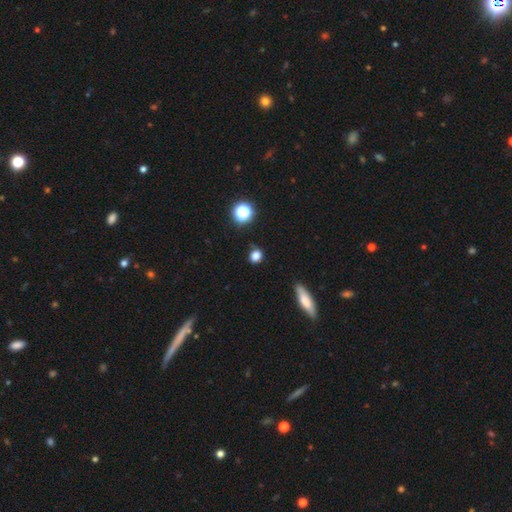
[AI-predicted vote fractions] smooth-or-featured: smooth: 78% | star or artifact: 16% | featured or disk: 5%
  how-rounded: round: 68% | in between: 30% | cigar-shaped: 2%
  merging: none: 78% | minor disturbance: 15% | major disturbance: 4% | merger: 3%